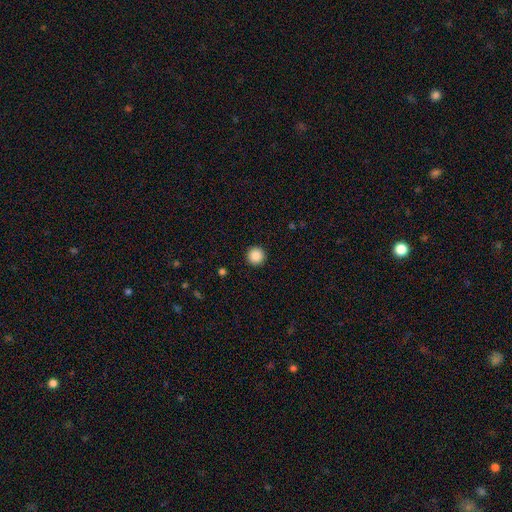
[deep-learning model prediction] This is clearly a smooth galaxy (88%). How rounded: clearly round (96%). Merging: clearly none (93%).